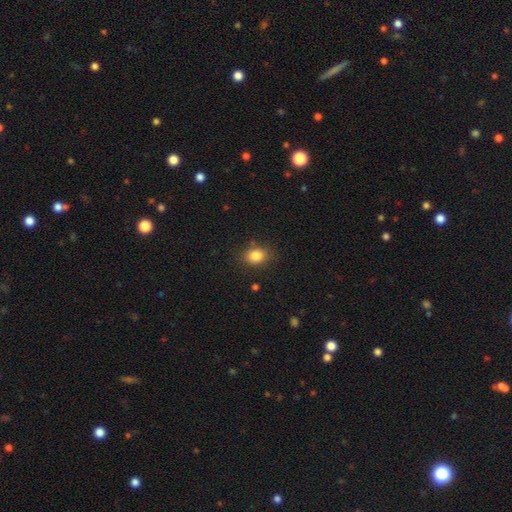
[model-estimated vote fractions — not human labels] Smooth or featured?
  - smooth: 84% *
  - star or artifact: 10%
  - featured or disk: 6%
How rounded?
  - in between: 57% *
  - round: 42%
  - cigar-shaped: 1%
Merging?
  - none: 83% *
  - minor disturbance: 11%
  - major disturbance: 3%
  - merger: 2%